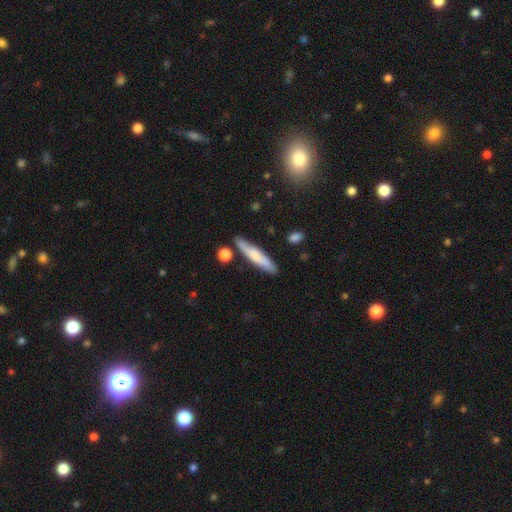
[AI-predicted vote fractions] Q: Smooth or featured?
A: smooth (62%); runner-up: featured or disk (32%)
Q: How rounded?
A: cigar-shaped (87%); runner-up: in between (11%)
Q: Merging?
A: none (79%); runner-up: minor disturbance (13%)